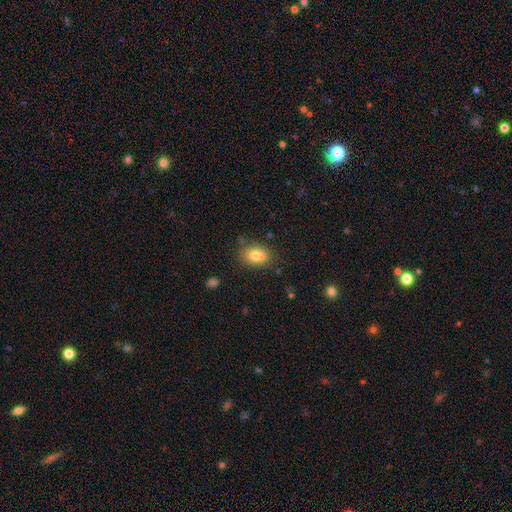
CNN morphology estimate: Overall: smooth (76%). How rounded: in between (72%). Merging: none (59%).